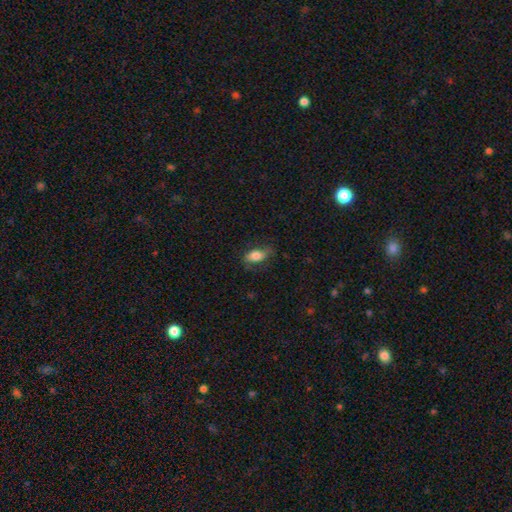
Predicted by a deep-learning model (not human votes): Q: Smooth or featured?
A: smooth (73%); runner-up: featured or disk (19%)
Q: How rounded?
A: in between (85%); runner-up: cigar-shaped (9%)
Q: Merging?
A: none (64%); runner-up: minor disturbance (24%)